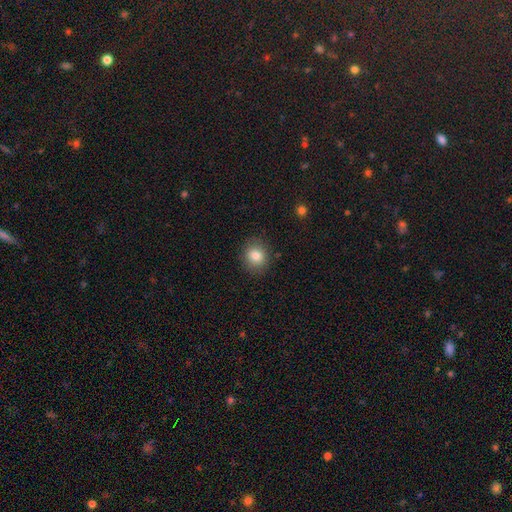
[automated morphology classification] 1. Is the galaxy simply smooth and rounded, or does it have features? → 82% smooth, 10% star or artifact, 8% featured or disk.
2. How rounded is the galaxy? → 74% round, 25% in between, 1% cigar-shaped.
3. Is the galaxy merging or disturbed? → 87% none, 9% minor disturbance, 3% major disturbance, 1% merger.